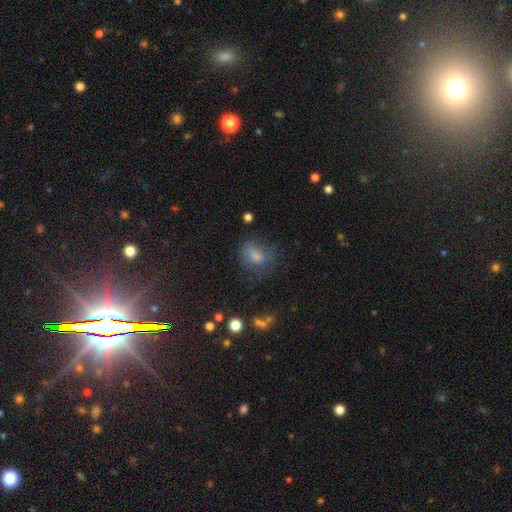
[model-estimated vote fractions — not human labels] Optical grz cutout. It shows a smooth galaxy with no disk features (72%) that is in between round and cigar-shaped (69%). Merging: none (49%).